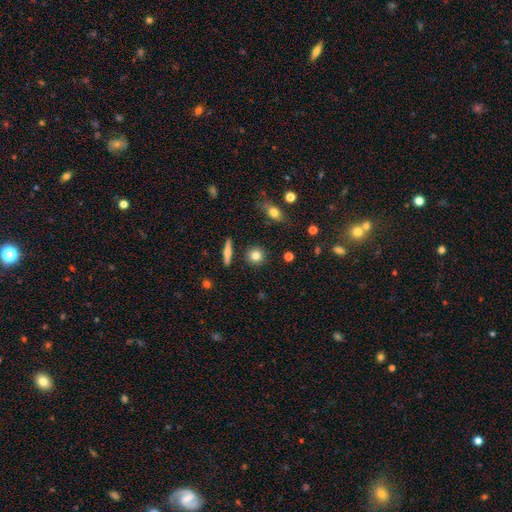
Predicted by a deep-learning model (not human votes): Smooth or featured? Predicted: smooth (p=0.80). How rounded? Predicted: round (p=0.89). Merging? Predicted: none (p=0.88).